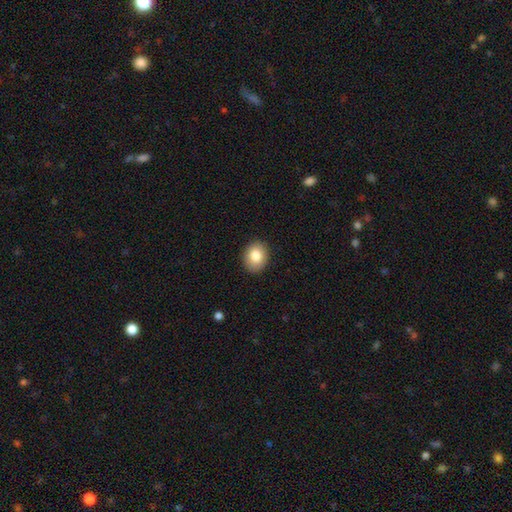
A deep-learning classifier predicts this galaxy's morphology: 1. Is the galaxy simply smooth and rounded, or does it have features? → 84% smooth, 8% star or artifact, 8% featured or disk.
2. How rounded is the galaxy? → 52% in between, 47% round, 1% cigar-shaped.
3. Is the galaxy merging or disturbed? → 90% none, 7% minor disturbance, 2% major disturbance, 1% merger.